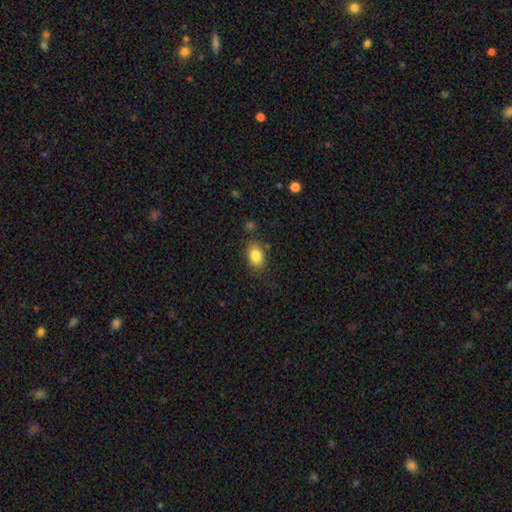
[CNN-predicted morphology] The model was most divided on "how rounded": in between: 81%, round: 17%, cigar-shaped: 1%. More confident: smooth or featured — smooth (85%); merging — none (79%).